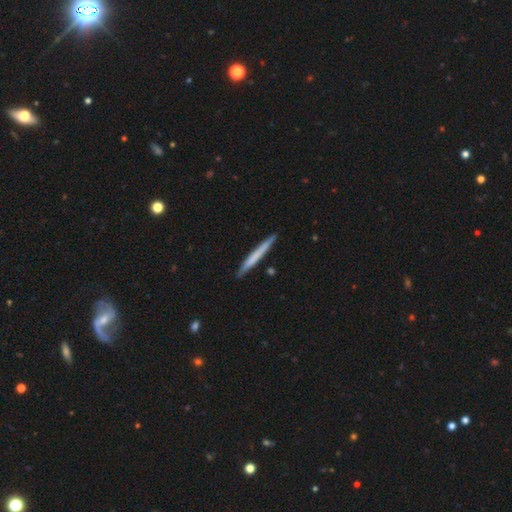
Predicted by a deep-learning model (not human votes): This is possibly a smooth galaxy (60%). How rounded: clearly cigar-shaped (97%). Merging: clearly none (90%).